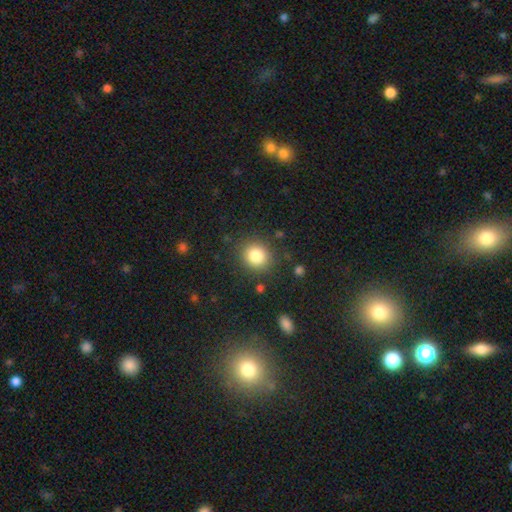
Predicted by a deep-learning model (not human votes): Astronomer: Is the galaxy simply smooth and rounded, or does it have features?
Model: smooth — 83%.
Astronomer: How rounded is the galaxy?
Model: round — 83%.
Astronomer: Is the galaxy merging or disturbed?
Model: none — 87%.